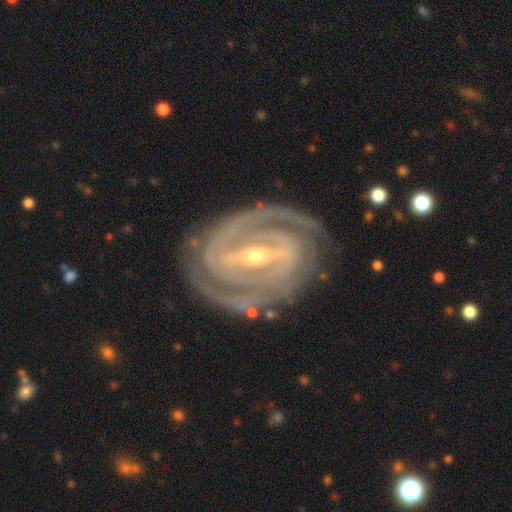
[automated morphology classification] This is clearly a featured or disk galaxy (93%). It is clearly not viewed edge-on (96%). Bar: likely strong (77%). Spiral arm pattern: clearly yes (98%). Spiral arm count: likely 2 (75%). Spiral winding: likely tight (78%). Central bulge: possibly small (55%). Merging: clearly none (82%).